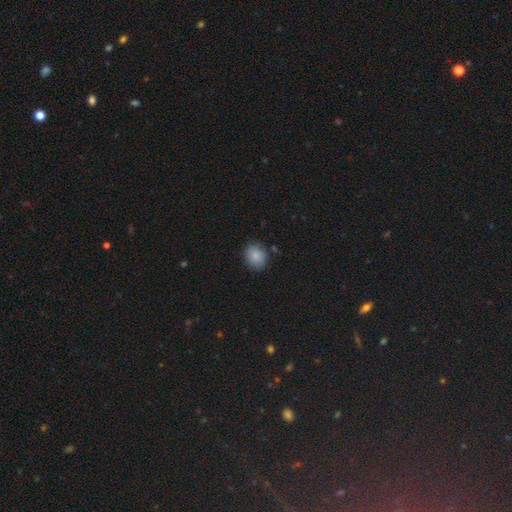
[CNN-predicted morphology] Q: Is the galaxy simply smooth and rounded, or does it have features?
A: smooth — 86%.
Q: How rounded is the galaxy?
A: round — 62%.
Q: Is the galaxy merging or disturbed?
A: none — 82%.